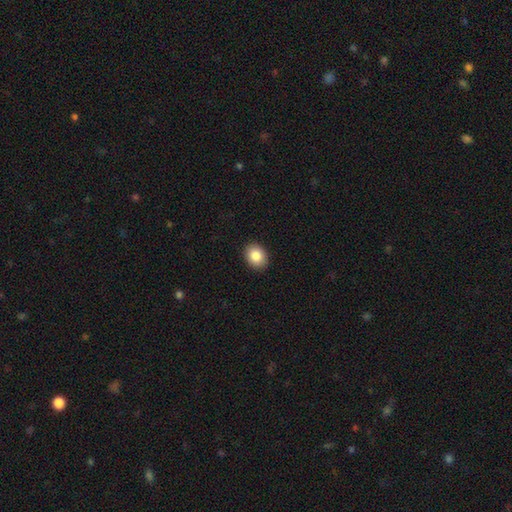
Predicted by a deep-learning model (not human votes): This appears to be a smooth galaxy with no disk features (86%) that is in between round and cigar-shaped (54%). Merging: none (91%).